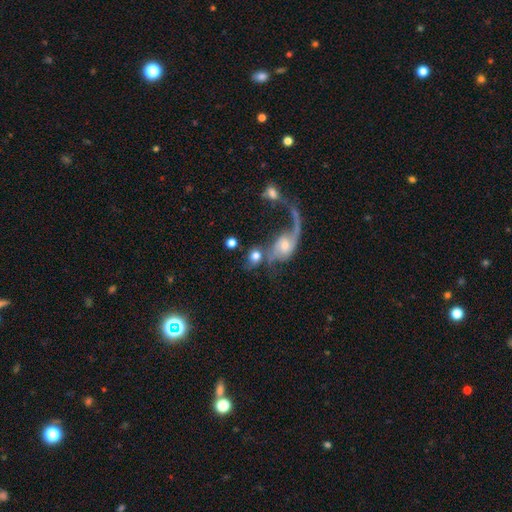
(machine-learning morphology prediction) The model was most divided on "merging": merger: 45%, none: 31%, major disturbance: 13%, minor disturbance: 10%. More confident: how rounded — round (65%); smooth or featured — smooth (60%).